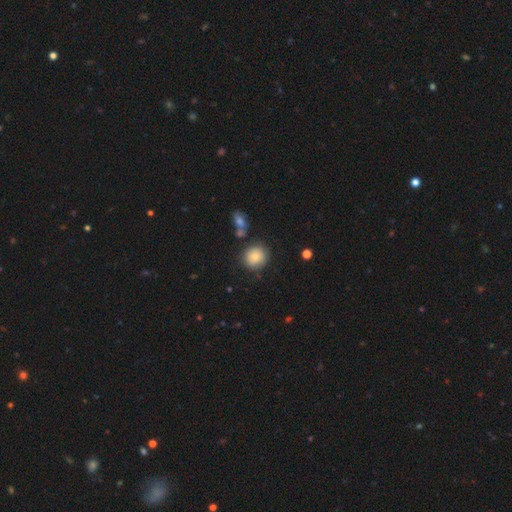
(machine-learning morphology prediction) smooth-or-featured: smooth: 83% | star or artifact: 9% | featured or disk: 9%
  how-rounded: round: 87% | in between: 12% | cigar-shaped: 1%
  merging: none: 78% | minor disturbance: 13% | merger: 6% | major disturbance: 4%